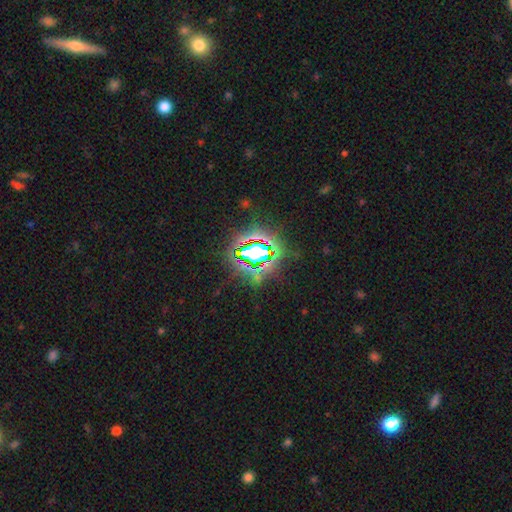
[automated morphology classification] This is clearly a star or artifact rather than a galaxy (81%).